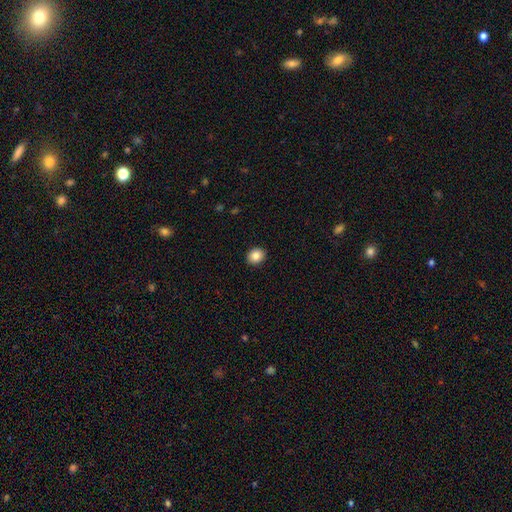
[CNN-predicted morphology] Smooth or featured: smooth — 84% (star or artifact — 9%)
How rounded: round — 66% (in between — 34%)
Merging: none — 91% (minor disturbance — 6%)